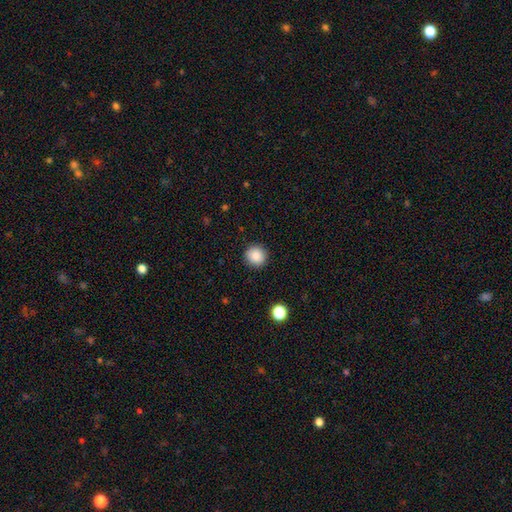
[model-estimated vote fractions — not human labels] smooth-or-featured: smooth: 87% | star or artifact: 9% | featured or disk: 4%
  how-rounded: round: 92% | in between: 7% | cigar-shaped: 1%
  merging: none: 91% | minor disturbance: 6% | major disturbance: 2% | merger: 1%